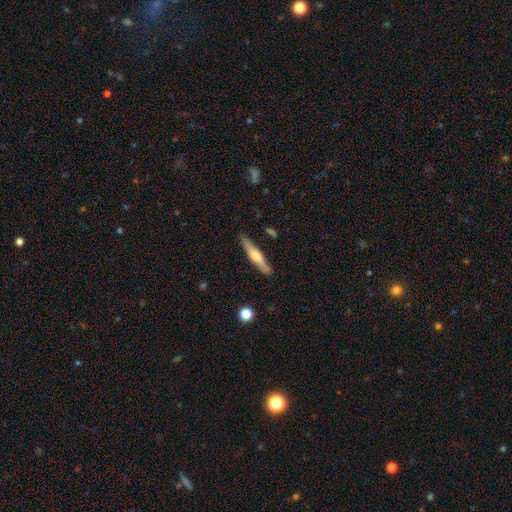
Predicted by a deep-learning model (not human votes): Q: Smooth or featured?
A: featured or disk (54%); runner-up: smooth (40%)
Q: Edge-on disk?
A: yes (94%); runner-up: no (6%)
Q: Edge-on bulge?
A: rounded (85%); runner-up: none (8%)
Q: Merging?
A: none (87%); runner-up: minor disturbance (9%)